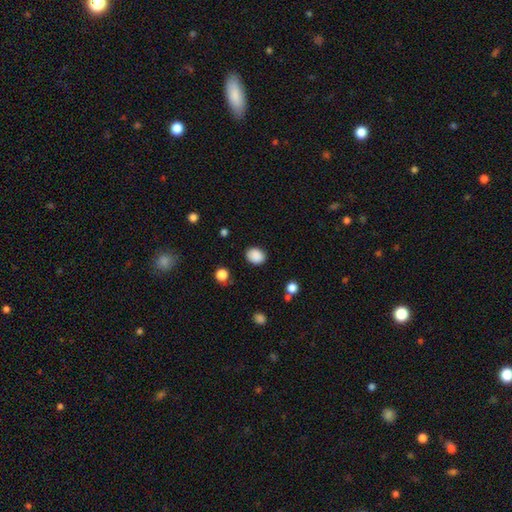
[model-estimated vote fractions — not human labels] The model was most divided on "how rounded": in between: 55%, round: 44%, cigar-shaped: 1%. More confident: smooth or featured — smooth (88%); merging — none (86%).